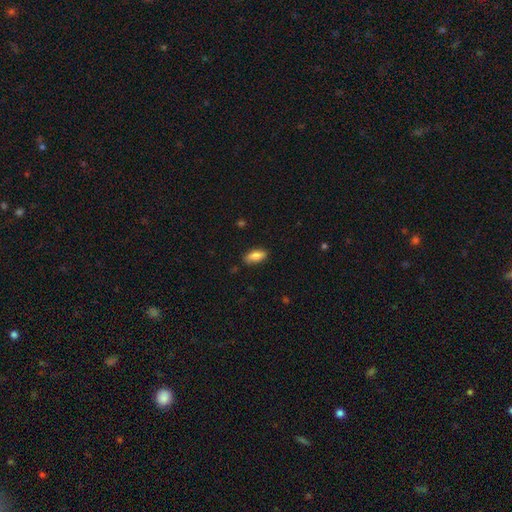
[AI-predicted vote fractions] This is clearly a smooth galaxy (81%). How rounded: clearly in between (85%). Merging: likely none (79%).